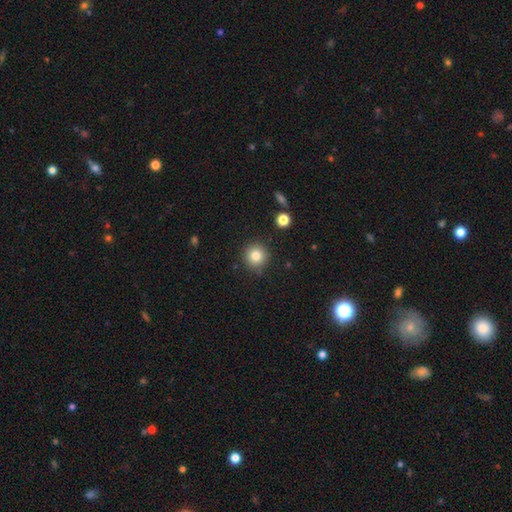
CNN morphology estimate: Q: Smooth or featured?
A: smooth (81%); runner-up: star or artifact (11%)
Q: How rounded?
A: round (94%); runner-up: in between (5%)
Q: Merging?
A: none (87%); runner-up: minor disturbance (8%)